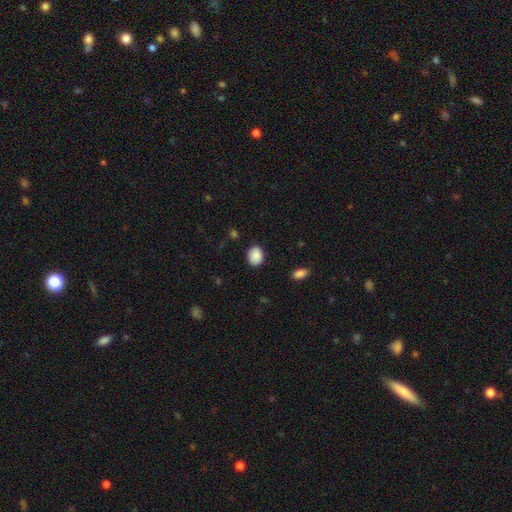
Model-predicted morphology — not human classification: smooth 89%, star or artifact 7%, featured or disk 4%. Down the decision tree: how rounded — in between (59%); merging — none (86%).